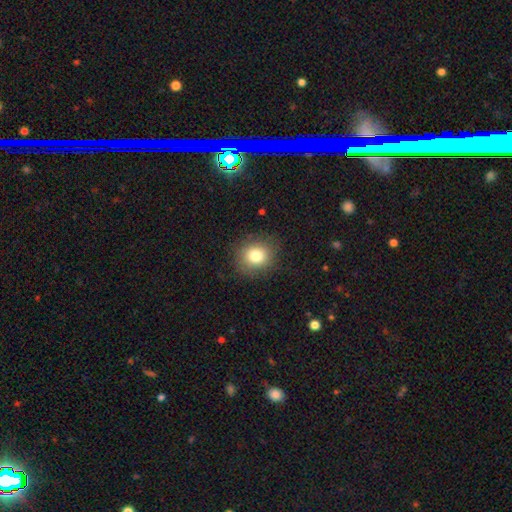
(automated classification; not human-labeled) Smooth or featured?
  - smooth: 79% *
  - star or artifact: 11%
  - featured or disk: 9%
How rounded?
  - round: 76% *
  - in between: 23%
  - cigar-shaped: 1%
Merging?
  - none: 86% *
  - minor disturbance: 10%
  - major disturbance: 3%
  - merger: 1%